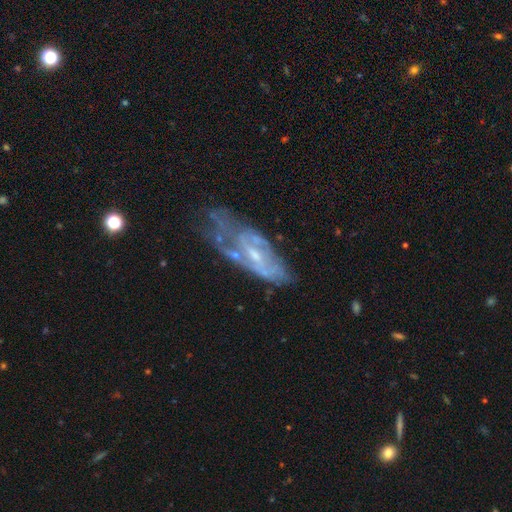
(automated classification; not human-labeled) smooth-or-featured: featured or disk: 75% | smooth: 16% | star or artifact: 8%
  disk-edge-on: no: 88% | yes: 12%
    bar: weak: 44% | no: 43% | strong: 13%
    has-spiral-arms: yes: 66% | no: 34%
    bulge-size: small: 53% | moderate: 36% | none: 8% | large: 2% | dominant: 1%
  merging: none: 38% | major disturbance: 29% | minor disturbance: 26% | merger: 6%